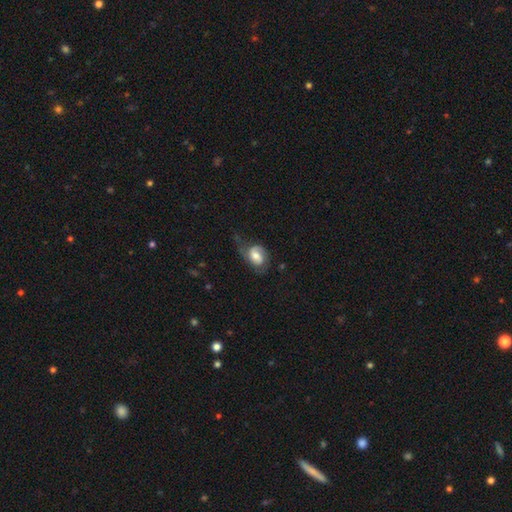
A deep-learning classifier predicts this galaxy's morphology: smooth-or-featured: featured or disk: 49% | smooth: 44% | star or artifact: 8%
  merging: none: 36% | major disturbance: 32% | minor disturbance: 29% | merger: 2%